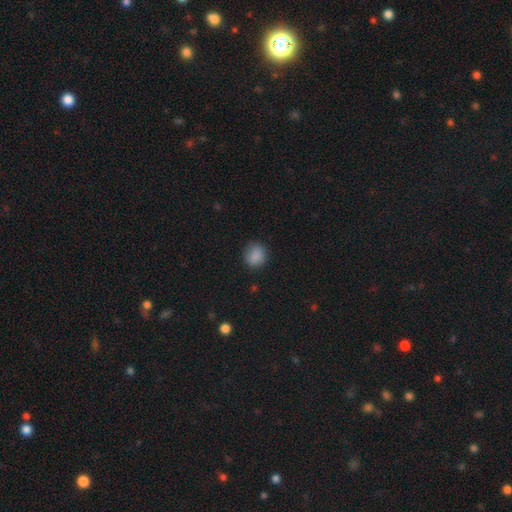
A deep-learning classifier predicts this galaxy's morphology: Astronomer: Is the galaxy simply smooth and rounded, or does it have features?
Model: smooth — 86%.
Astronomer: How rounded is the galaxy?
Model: round — 81%.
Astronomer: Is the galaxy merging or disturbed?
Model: none — 82%.